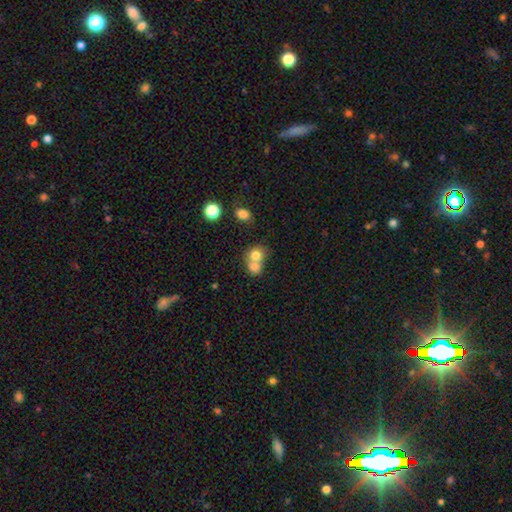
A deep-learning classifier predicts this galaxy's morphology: The model was most divided on "merging": merger: 63%, none: 29%, minor disturbance: 5%, major disturbance: 3%. More confident: smooth or featured — smooth (76%); how rounded — round (74%).